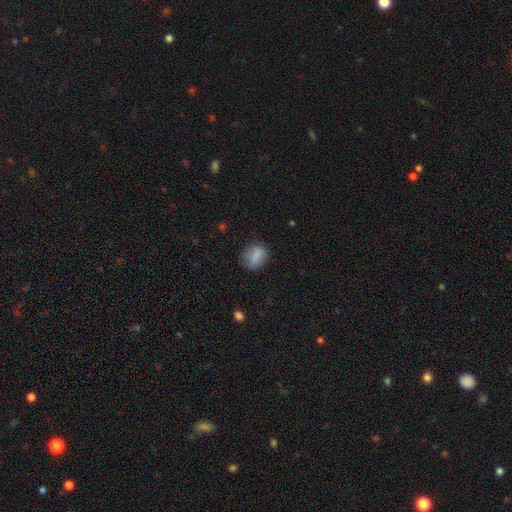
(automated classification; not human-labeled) A smooth galaxy with no disk features (82%) that is in between round and cigar-shaped (49%). Merging: none (74%).